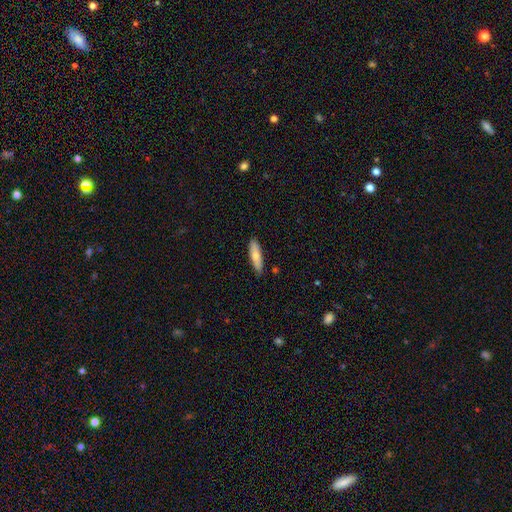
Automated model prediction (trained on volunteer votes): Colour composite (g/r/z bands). It shows a smooth galaxy with no disk features (72%) that is cigar-shaped (63%). Merging: none (86%).